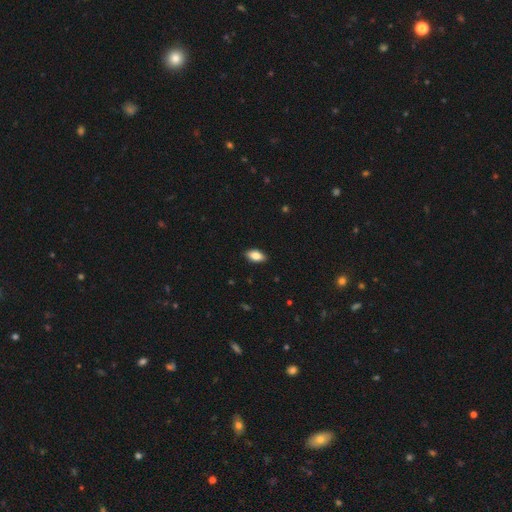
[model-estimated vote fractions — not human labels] A smooth galaxy with no disk features (81%) that is in between round and cigar-shaped (90%). Merging: none (89%).